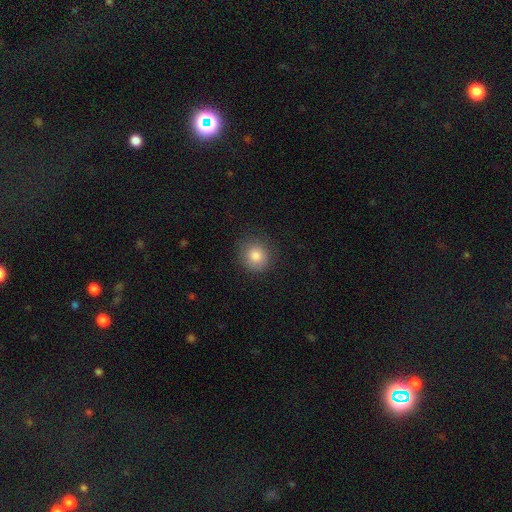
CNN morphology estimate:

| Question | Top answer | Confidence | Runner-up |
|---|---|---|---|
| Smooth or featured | smooth | 84% | star or artifact (10%) |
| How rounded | round | 89% | in between (10%) |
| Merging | none | 84% | minor disturbance (11%) |